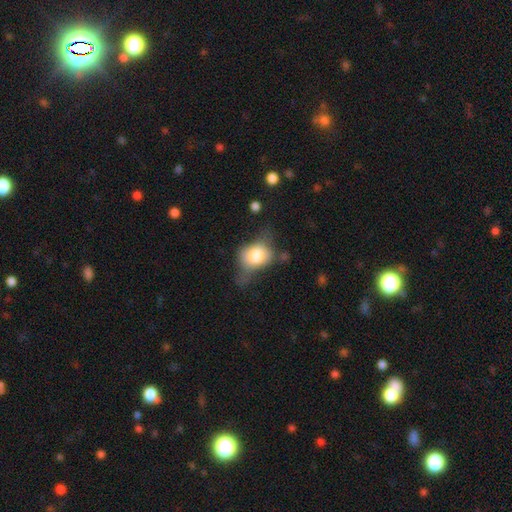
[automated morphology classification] smooth-or-featured: smooth: 69% | featured or disk: 23% | star or artifact: 8%
  how-rounded: in between: 61% | round: 37% | cigar-shaped: 2%
  merging: none: 35% | minor disturbance: 32% | major disturbance: 27% | merger: 5%